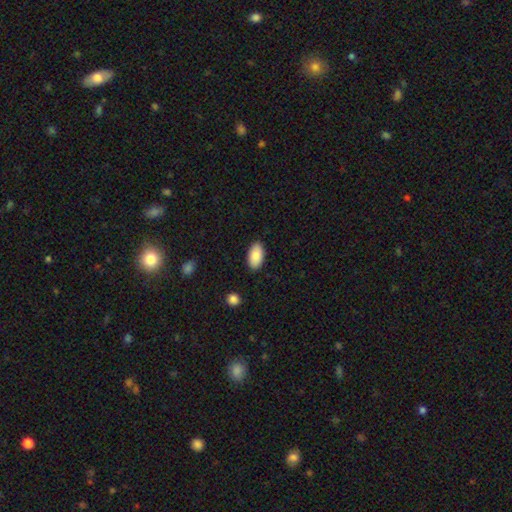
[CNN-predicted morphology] Overall: smooth (86%). How rounded: in between (95%). Merging: none (88%).